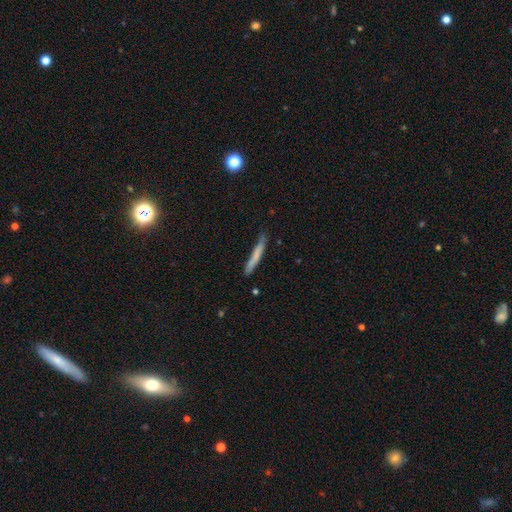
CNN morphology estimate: type=smooth (67%); roundness=cigar-shaped (95%); merging=none (73%).